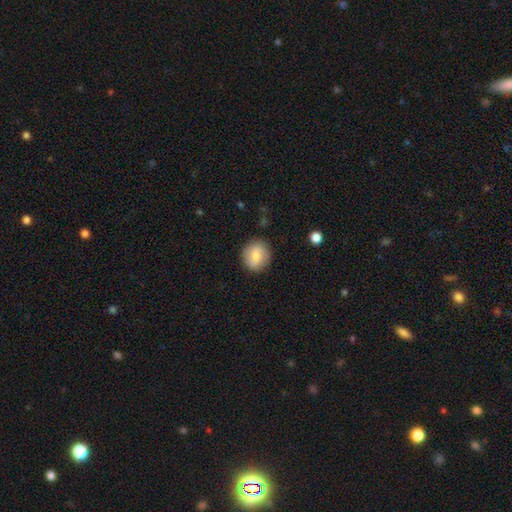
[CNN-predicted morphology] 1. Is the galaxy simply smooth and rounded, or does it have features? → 77% smooth, 16% featured or disk, 7% star or artifact.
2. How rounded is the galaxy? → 88% round, 11% in between, 1% cigar-shaped.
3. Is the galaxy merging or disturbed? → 86% none, 10% minor disturbance, 3% major disturbance, 1% merger.